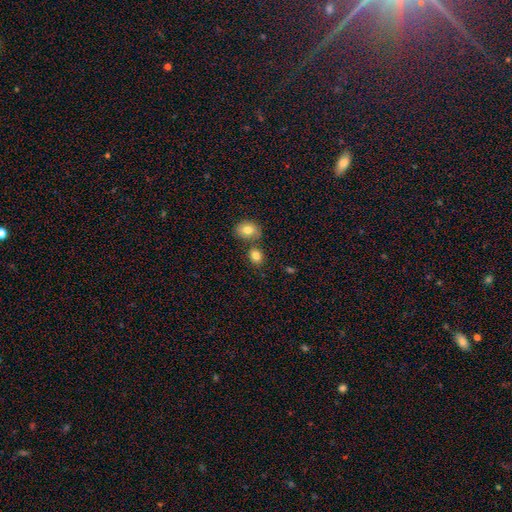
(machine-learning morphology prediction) Smooth or featured? Predicted: smooth (p=0.82). How rounded? Predicted: round (p=0.53). Merging? Predicted: none (p=0.61).